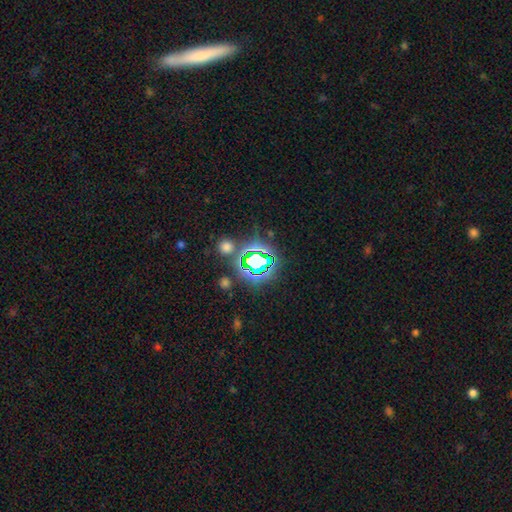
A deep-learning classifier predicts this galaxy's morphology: Smooth or featured: star or artifact — 74% (smooth — 17%)